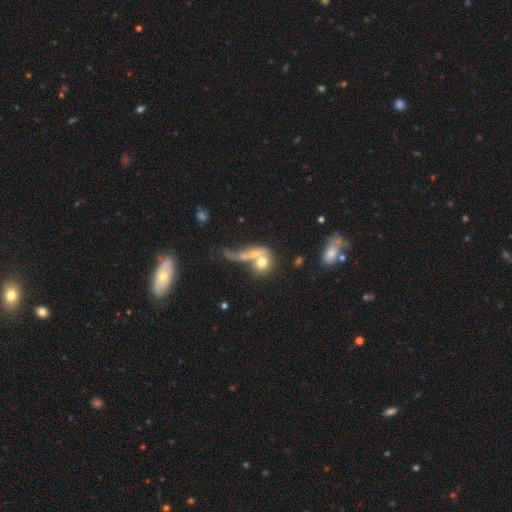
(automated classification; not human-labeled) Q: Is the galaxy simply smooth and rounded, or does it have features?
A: smooth — 53%.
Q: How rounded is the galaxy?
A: round — 52%.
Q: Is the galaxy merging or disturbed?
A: merger — 56%.